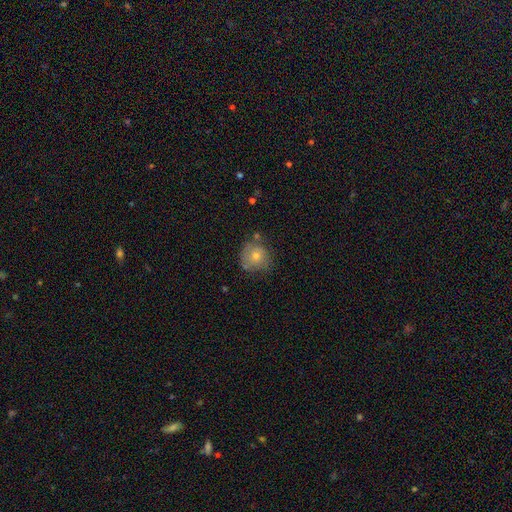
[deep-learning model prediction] Morphology: type=smooth (60%); roundness=round (87%); merging=none (69%).